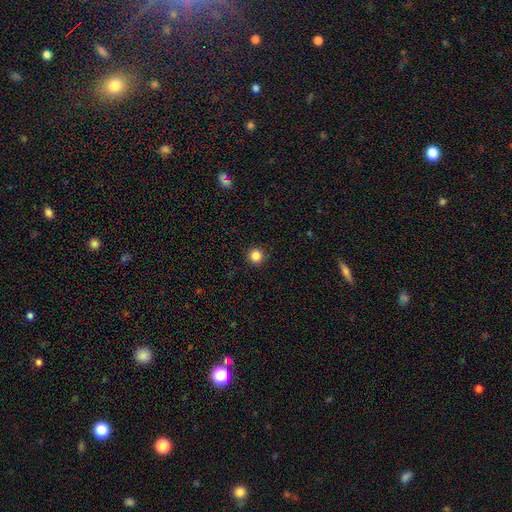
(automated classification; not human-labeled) The model was most divided on "smooth or featured": smooth: 86%, star or artifact: 11%, featured or disk: 3%. More confident: how rounded — round (94%); merging — none (93%).